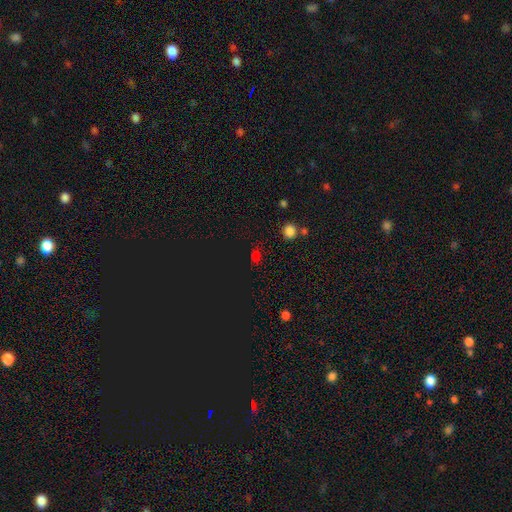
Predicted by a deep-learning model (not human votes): Morphology: type=smooth (54%); roundness=in between (53%); merging=none (79%).